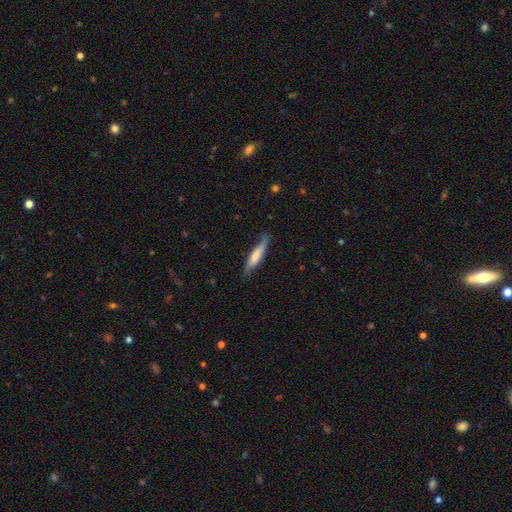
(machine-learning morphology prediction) Smooth or featured?
  - smooth: 59% *
  - featured or disk: 35%
  - star or artifact: 5%
How rounded?
  - cigar-shaped: 82% *
  - in between: 17%
  - round: 2%
Merging?
  - none: 68% *
  - minor disturbance: 25%
  - major disturbance: 5%
  - merger: 2%